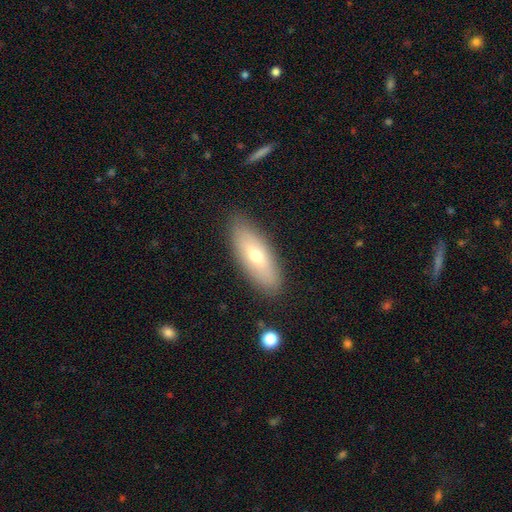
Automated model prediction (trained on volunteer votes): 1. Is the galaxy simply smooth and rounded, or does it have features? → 59% smooth, 35% featured or disk, 7% star or artifact.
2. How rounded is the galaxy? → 67% in between, 31% cigar-shaped, 3% round.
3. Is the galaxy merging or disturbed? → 86% none, 10% minor disturbance, 3% major disturbance, 1% merger.